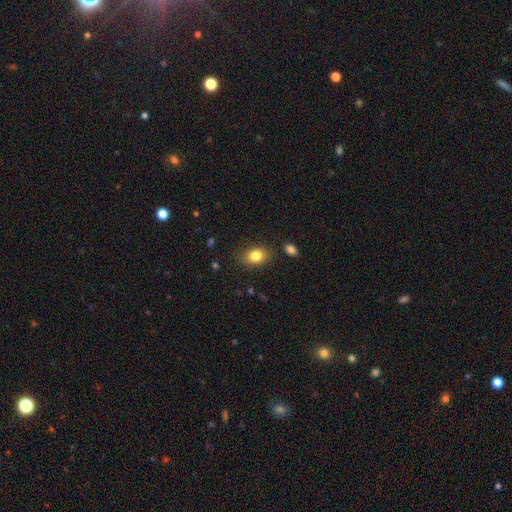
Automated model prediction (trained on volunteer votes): Smooth or featured? Predicted: smooth (p=0.83). How rounded? Predicted: in between (p=0.71). Merging? Predicted: none (p=0.84).